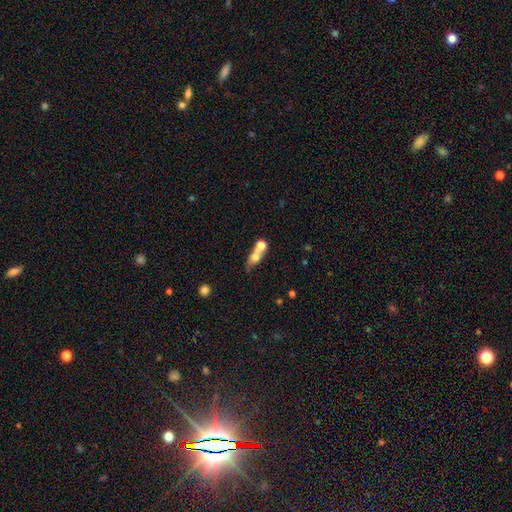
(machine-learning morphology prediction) Smooth or featured? Predicted: smooth (p=0.58). How rounded? Predicted: in between (p=0.46). Merging? Predicted: merger (p=0.54).